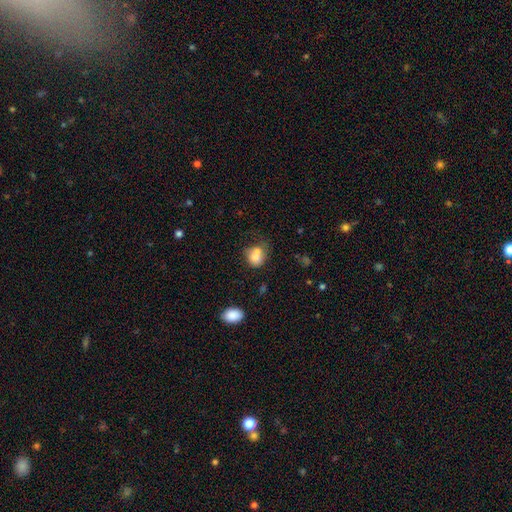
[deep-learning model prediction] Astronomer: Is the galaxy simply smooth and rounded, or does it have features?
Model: smooth — 75%.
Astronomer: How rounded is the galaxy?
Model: round — 57% (runner-up: in between, 42%).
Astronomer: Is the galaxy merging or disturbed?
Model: merger — 47% (runner-up: none, 30%).